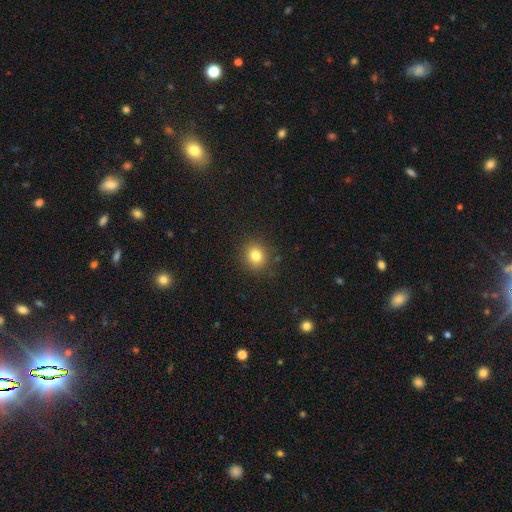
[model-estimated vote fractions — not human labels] This is clearly a smooth galaxy (82%). How rounded: clearly round (82%). Merging: clearly none (88%).